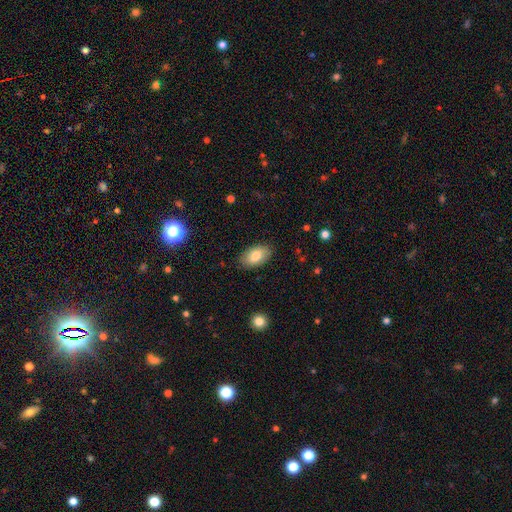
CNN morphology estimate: Smooth or featured? Predicted: smooth (p=0.81). How rounded? Predicted: in between (p=0.94). Merging? Predicted: none (p=0.87).